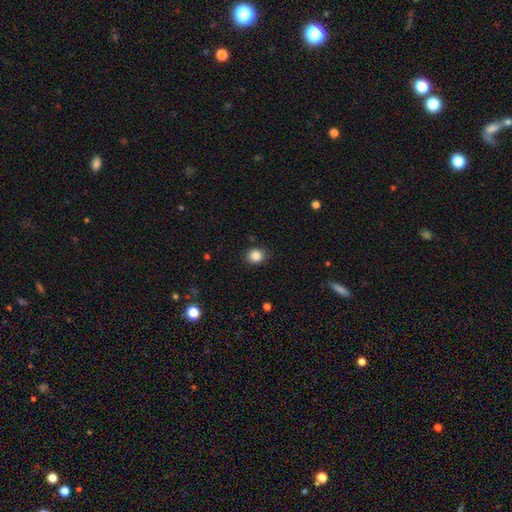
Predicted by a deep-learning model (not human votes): Smooth or featured: smooth — 86% (star or artifact — 10%)
How rounded: round — 71% (in between — 28%)
Merging: none — 88% (minor disturbance — 9%)